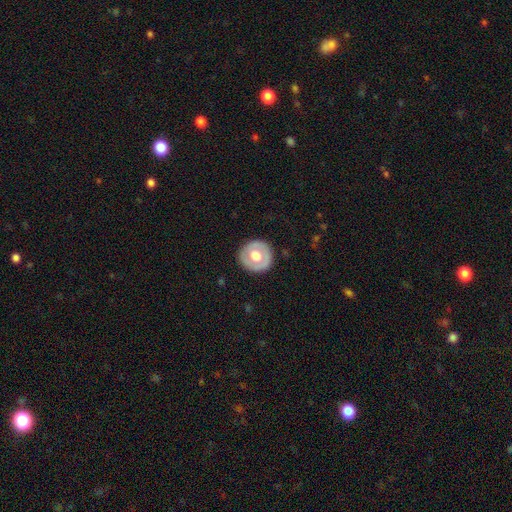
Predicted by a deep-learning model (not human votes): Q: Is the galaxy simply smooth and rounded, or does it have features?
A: smooth — 52%.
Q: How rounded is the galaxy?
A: round — 93%.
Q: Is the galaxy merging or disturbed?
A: none — 87%.